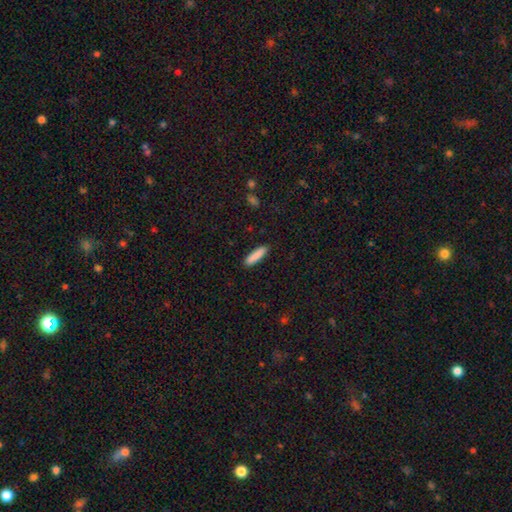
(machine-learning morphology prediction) Smooth or featured? smooth (88%)
How rounded? cigar-shaped (79%)
Merging? none (90%)